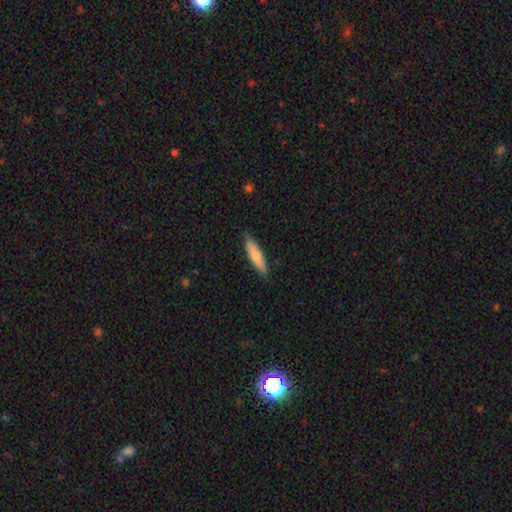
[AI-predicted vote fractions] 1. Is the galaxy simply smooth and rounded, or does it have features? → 74% smooth, 21% featured or disk, 5% star or artifact.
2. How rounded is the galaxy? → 80% cigar-shaped, 18% in between, 1% round.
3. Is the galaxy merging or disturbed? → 87% none, 10% minor disturbance, 2% major disturbance, 1% merger.